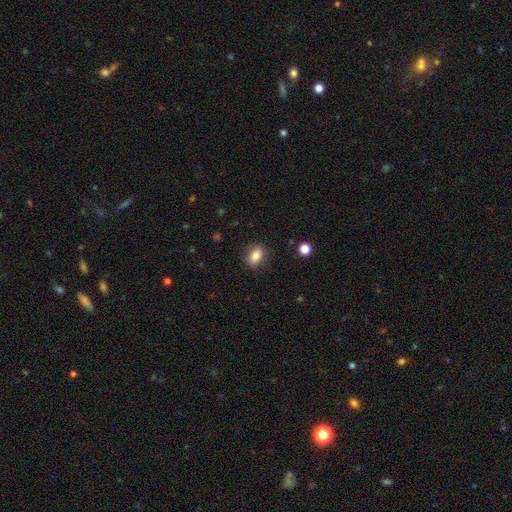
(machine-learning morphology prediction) Overall: smooth (84%). How rounded: in between (79%). Merging: none (87%).